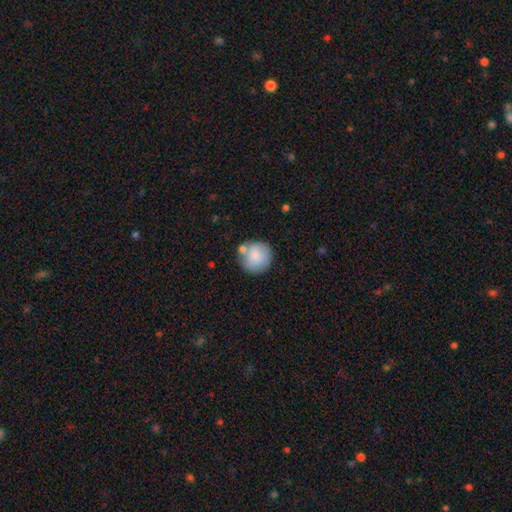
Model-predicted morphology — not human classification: A smooth galaxy with no disk features (82%) that is round (93%).

Vote fractions:
- Smooth or featured? smooth: 82% / featured or disk: 11% / star or artifact: 7%
- How rounded? round: 93% / in between: 6% / cigar-shaped: 1%
- Merging? none: 70% / minor disturbance: 15% / merger: 11% / major disturbance: 4%